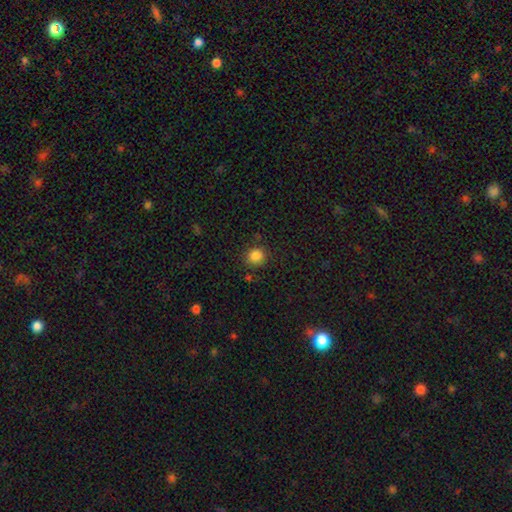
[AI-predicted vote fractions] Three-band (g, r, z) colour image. It shows a smooth galaxy with no disk features (85%) that is round (86%). Merging: none (86%).